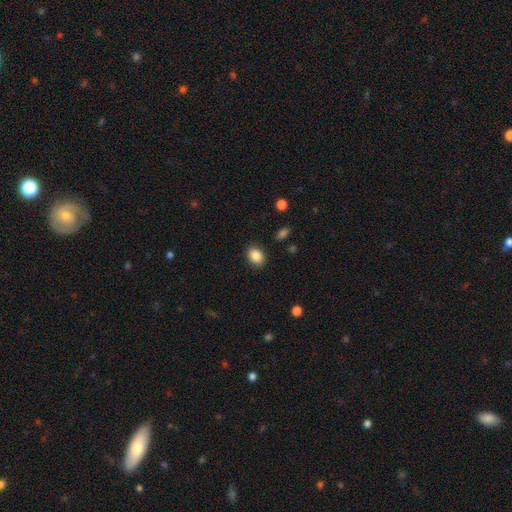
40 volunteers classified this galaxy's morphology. Smooth or featured? 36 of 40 (90%) said smooth. How rounded? 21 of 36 (58%) said in between. Merging? 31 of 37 (84%) said none.